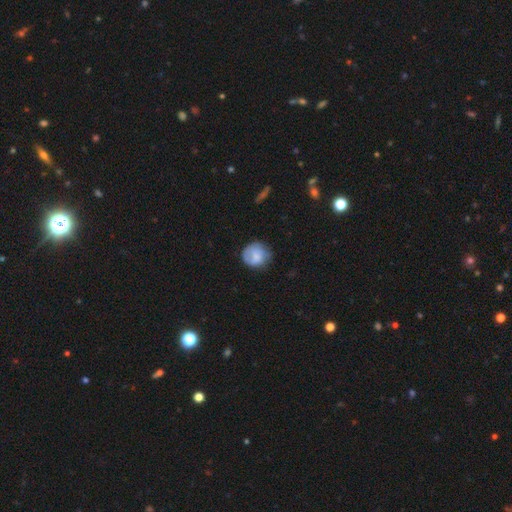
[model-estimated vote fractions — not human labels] The model was most divided on "smooth or featured": smooth: 61%, featured or disk: 32%, star or artifact: 7%. More confident: how rounded — round (84%); merging — none (64%).